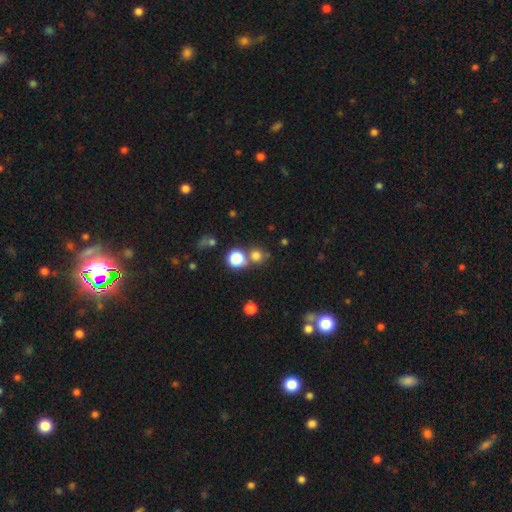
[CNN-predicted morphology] smooth-or-featured: smooth: 75% | star or artifact: 19% | featured or disk: 7%
  how-rounded: round: 88% | in between: 11% | cigar-shaped: 1%
  merging: none: 61% | merger: 28% | minor disturbance: 7% | major disturbance: 4%